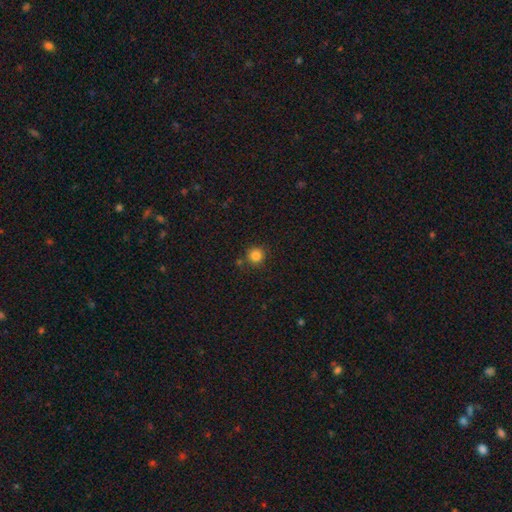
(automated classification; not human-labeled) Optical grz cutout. It shows a smooth galaxy with no disk features (84%) that is round (94%). Merging: none (83%).